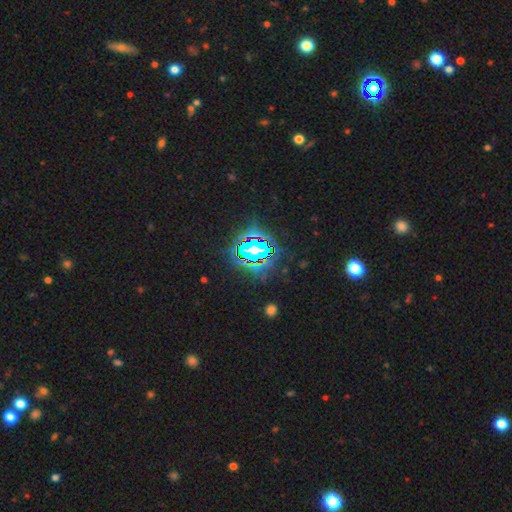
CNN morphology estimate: Q: Smooth or featured?
A: star or artifact (83%); runner-up: smooth (10%)